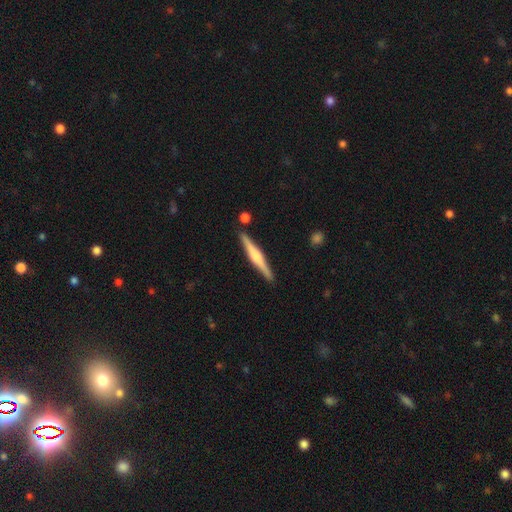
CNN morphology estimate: Smooth or featured? Predicted: featured or disk (p=0.64). Edge-on disk? Predicted: yes (p=0.98). Edge-on bulge? Predicted: rounded (p=0.61). Merging? Predicted: none (p=0.89).